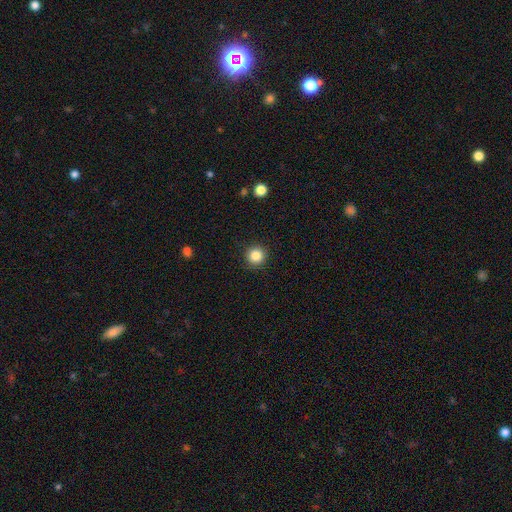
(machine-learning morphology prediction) This is clearly a smooth galaxy (85%). How rounded: clearly round (95%). Merging: clearly none (92%).